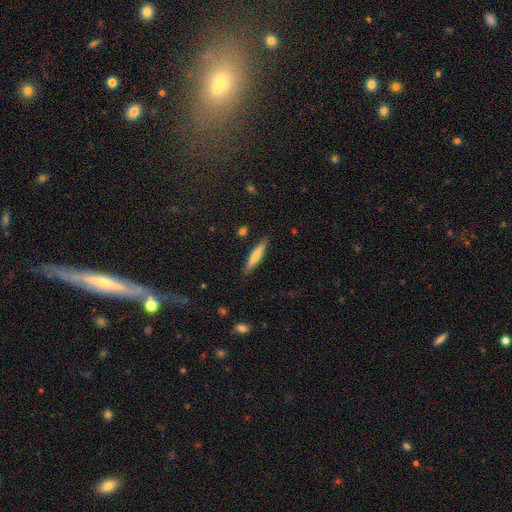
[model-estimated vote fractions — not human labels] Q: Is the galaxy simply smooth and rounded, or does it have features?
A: smooth — 65%.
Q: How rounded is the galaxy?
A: cigar-shaped — 86%.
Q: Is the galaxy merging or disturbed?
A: none — 85%.